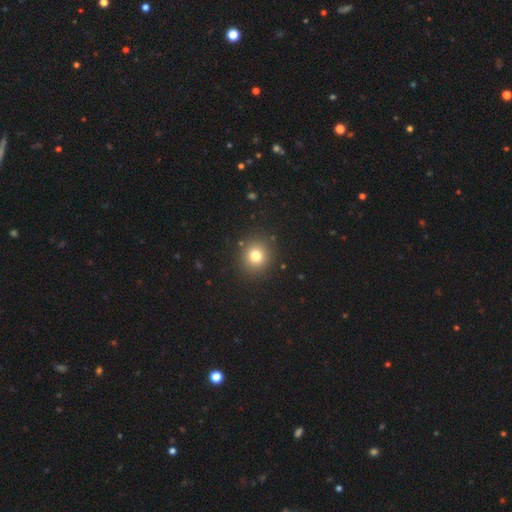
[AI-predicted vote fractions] The model was most divided on "smooth or featured": smooth: 78%, star or artifact: 13%, featured or disk: 8%. More confident: merging — none (89%); how rounded — round (87%).